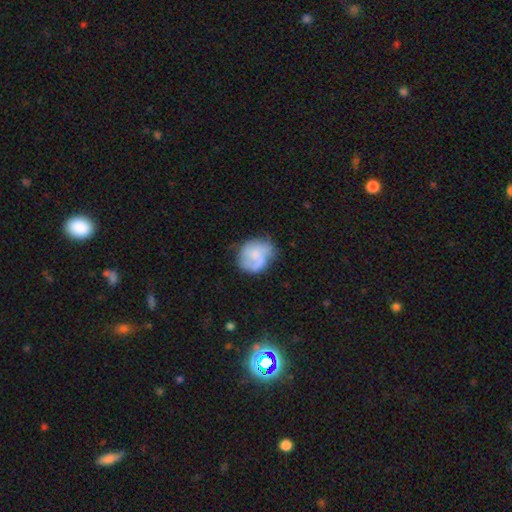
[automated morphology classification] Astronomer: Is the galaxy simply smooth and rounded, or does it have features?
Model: smooth — 51% (runner-up: featured or disk, 42%).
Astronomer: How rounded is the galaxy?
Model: round — 72%.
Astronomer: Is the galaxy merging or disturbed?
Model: none — 51% (runner-up: minor disturbance, 29%).